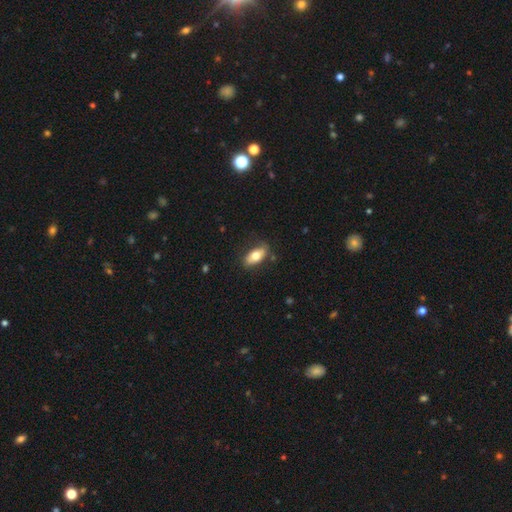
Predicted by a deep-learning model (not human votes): A smooth galaxy with no disk features (70%) that is in between round and cigar-shaped (87%).

Vote fractions:
- Smooth or featured? smooth: 70% / featured or disk: 24% / star or artifact: 6%
- How rounded? in between: 87% / cigar-shaped: 9% / round: 4%
- Merging? none: 75% / minor disturbance: 18% / major disturbance: 5% / merger: 2%